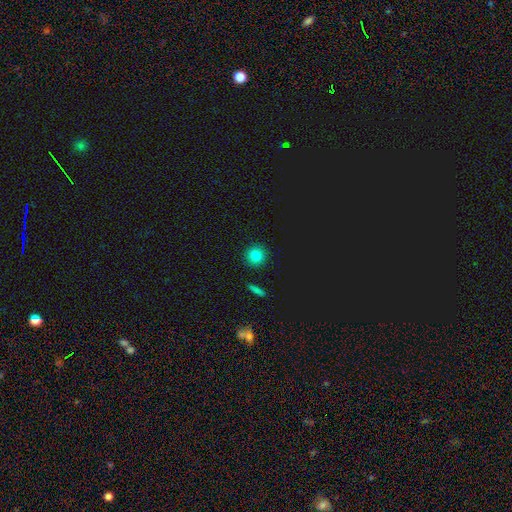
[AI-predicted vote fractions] A smooth galaxy with no disk features (79%) that is round (93%). Merging: none (91%).